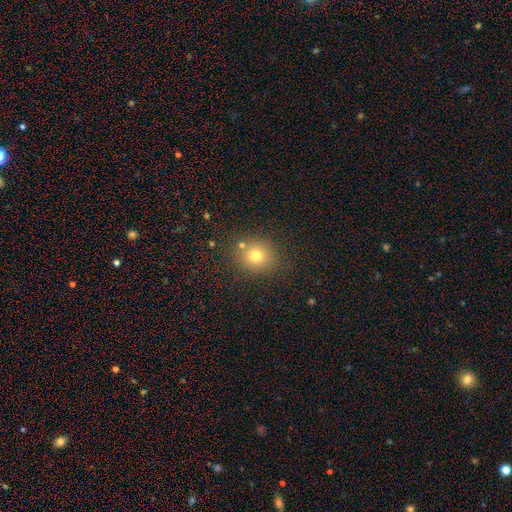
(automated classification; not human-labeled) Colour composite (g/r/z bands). It shows a smooth galaxy with no disk features (74%) that is round (78%). Merging: none (78%).